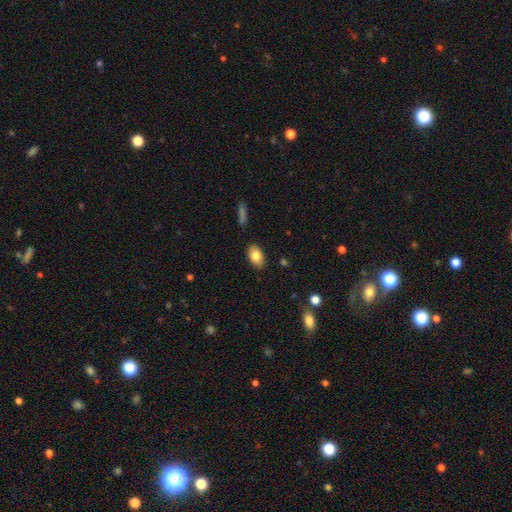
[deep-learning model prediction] smooth-or-featured: smooth: 80% | featured or disk: 12% | star or artifact: 7%
  how-rounded: in between: 91% | round: 7% | cigar-shaped: 2%
  merging: none: 87% | minor disturbance: 9% | major disturbance: 2% | merger: 1%